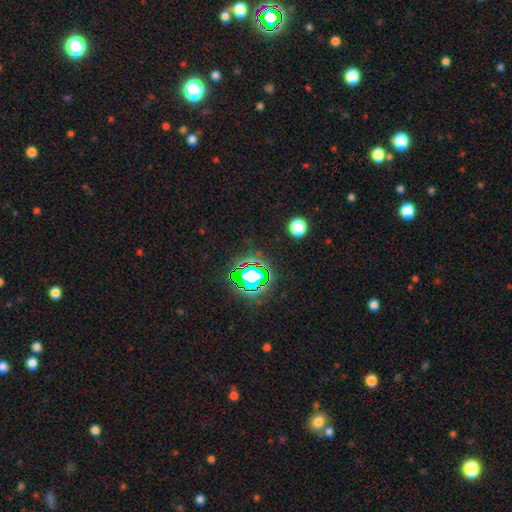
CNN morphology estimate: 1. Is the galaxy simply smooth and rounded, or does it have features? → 81% star or artifact, 12% smooth, 7% featured or disk.